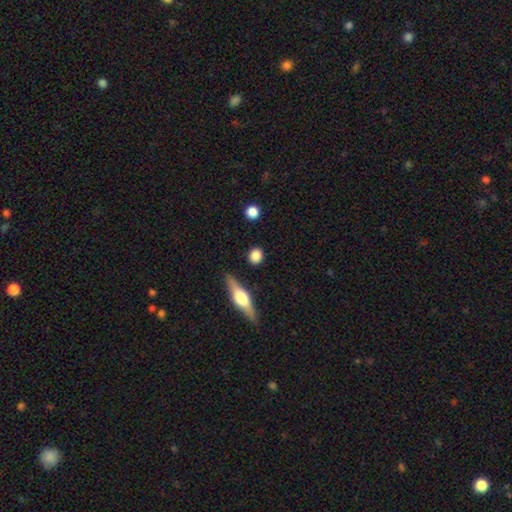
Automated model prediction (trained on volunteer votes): smooth 83%, featured or disk 9%, star or artifact 8%. Down the decision tree: how rounded — round (74%); merging — none (87%).